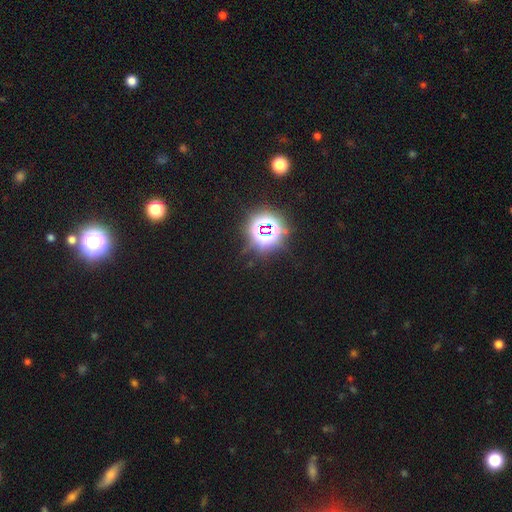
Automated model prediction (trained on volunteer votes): Q: Smooth or featured?
A: star or artifact (84%); runner-up: smooth (10%)